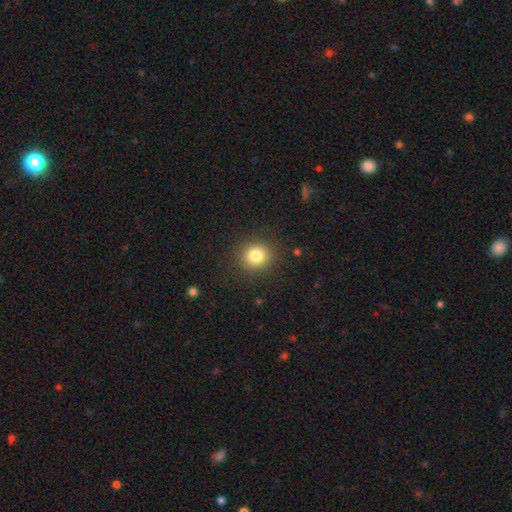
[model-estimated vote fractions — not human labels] The model was most divided on "how rounded": round: 83%, in between: 16%, cigar-shaped: 1%. More confident: merging — none (89%); smooth or featured — smooth (81%).